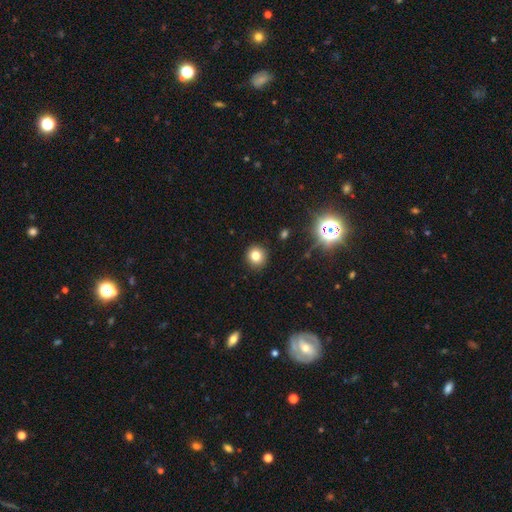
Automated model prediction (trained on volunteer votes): The model was most divided on "smooth or featured": smooth: 78%, star or artifact: 15%, featured or disk: 7%. More confident: how rounded — round (91%); merging — none (91%).